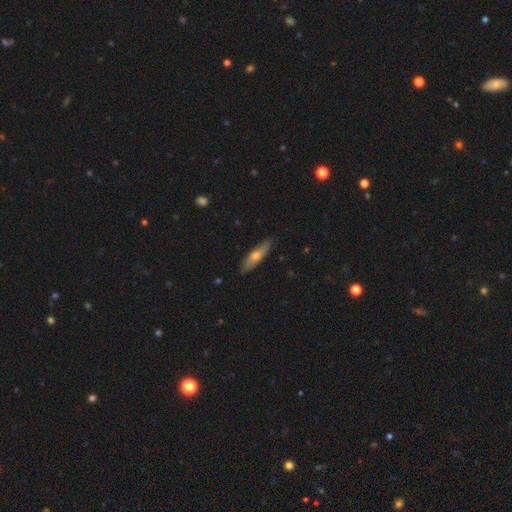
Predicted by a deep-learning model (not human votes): Smooth or featured? Predicted: smooth (p=0.50). Merging? Predicted: none (p=0.86).